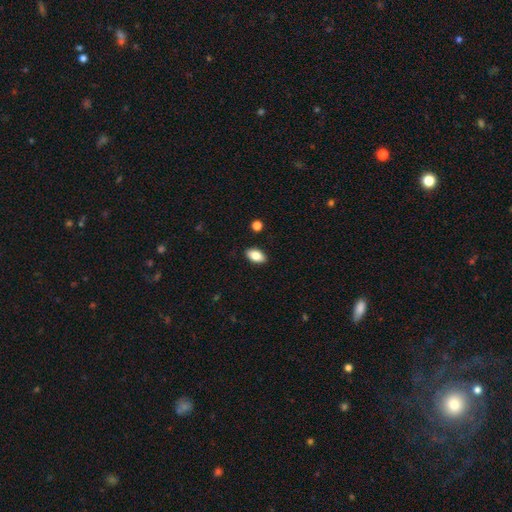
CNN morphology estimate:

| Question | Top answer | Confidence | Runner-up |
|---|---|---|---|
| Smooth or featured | smooth | 83% | featured or disk (9%) |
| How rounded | in between | 92% | round (5%) |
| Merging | none | 88% | minor disturbance (9%) |